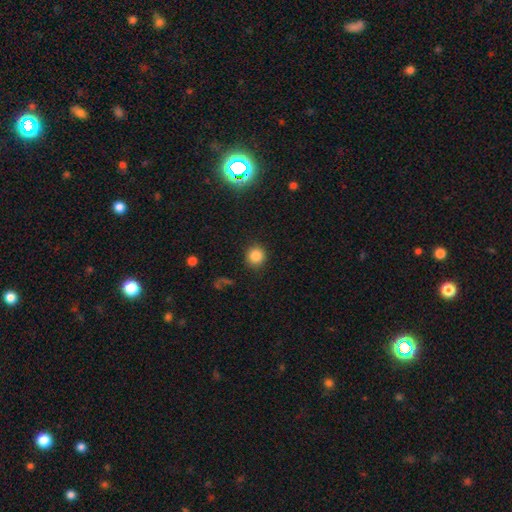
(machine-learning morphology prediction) This is clearly a smooth galaxy (84%). How rounded: clearly round (92%). Merging: clearly none (89%).